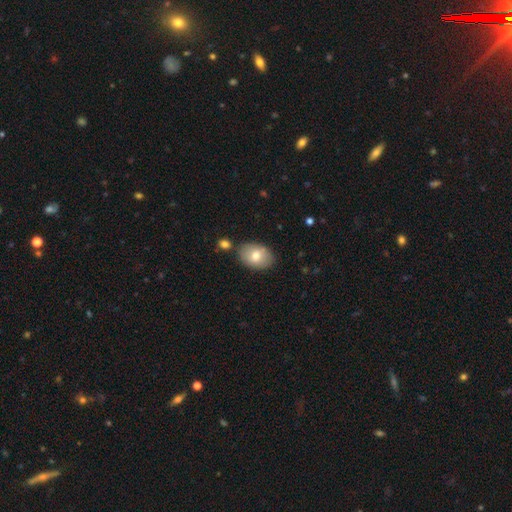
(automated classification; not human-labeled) A smooth galaxy with no disk features (75%) that is in between round and cigar-shaped (82%). Merging: none (77%).